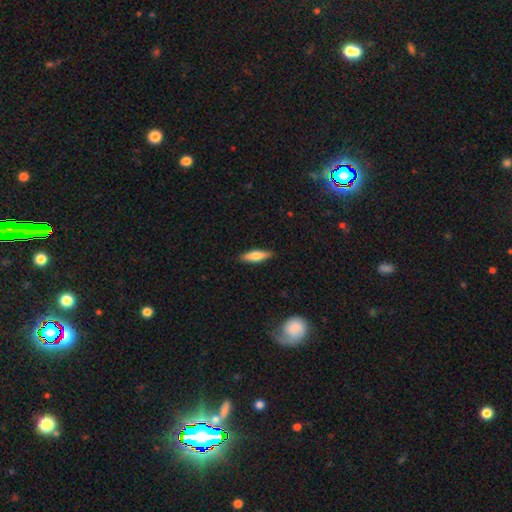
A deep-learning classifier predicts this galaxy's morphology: Q: Smooth or featured?
A: smooth (65%); runner-up: featured or disk (29%)
Q: How rounded?
A: cigar-shaped (63%); runner-up: in between (35%)
Q: Merging?
A: none (88%); runner-up: minor disturbance (9%)